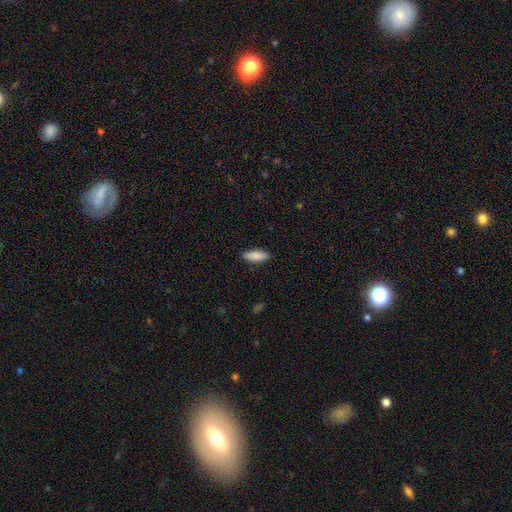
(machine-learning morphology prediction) The model was most divided on "how rounded": in between: 59%, cigar-shaped: 39%, round: 2%. More confident: merging — none (89%); smooth or featured — smooth (86%).